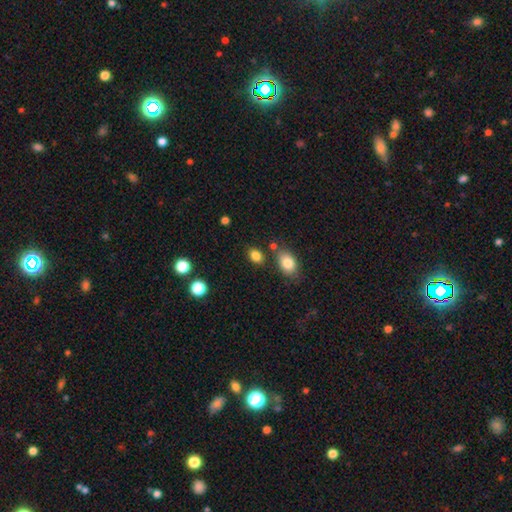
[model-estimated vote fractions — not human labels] Smooth or featured: smooth — 85% (star or artifact — 10%)
How rounded: in between — 75% (round — 24%)
Merging: none — 75% (minor disturbance — 12%)